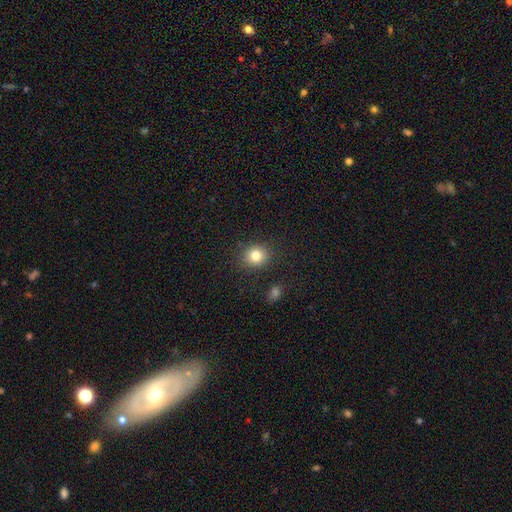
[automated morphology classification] smooth 82%, star or artifact 11%, featured or disk 7%. Down the decision tree: how rounded — round (77%); merging — none (87%).